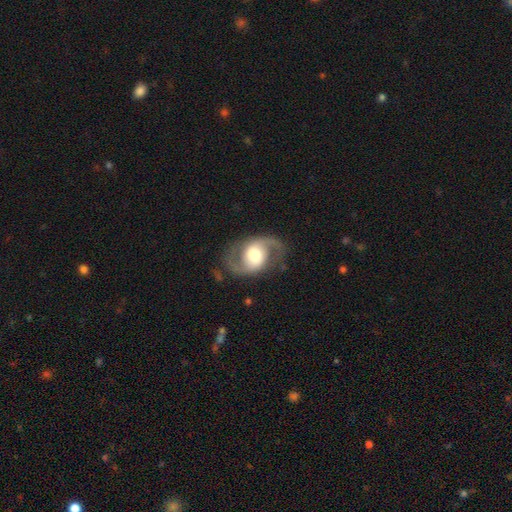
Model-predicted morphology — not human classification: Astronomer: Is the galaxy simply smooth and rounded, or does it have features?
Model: featured or disk — 79%.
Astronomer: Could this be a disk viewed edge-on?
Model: no — 97%.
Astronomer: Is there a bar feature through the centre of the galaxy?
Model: no — 53% (runner-up: weak, 35%).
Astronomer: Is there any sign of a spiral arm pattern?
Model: yes — 90%.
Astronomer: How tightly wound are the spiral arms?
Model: medium — 52%.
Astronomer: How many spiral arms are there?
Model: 2 — 87%.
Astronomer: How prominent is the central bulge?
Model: moderate — 48% (runner-up: large, 37%).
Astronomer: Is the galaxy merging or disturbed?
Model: none — 77%.